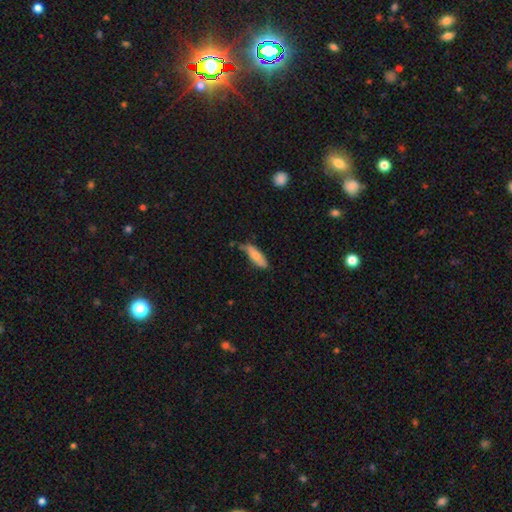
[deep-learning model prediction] This appears to be a smooth galaxy with no disk features (75%) that is in between round and cigar-shaped (51%). Merging: none (62%).